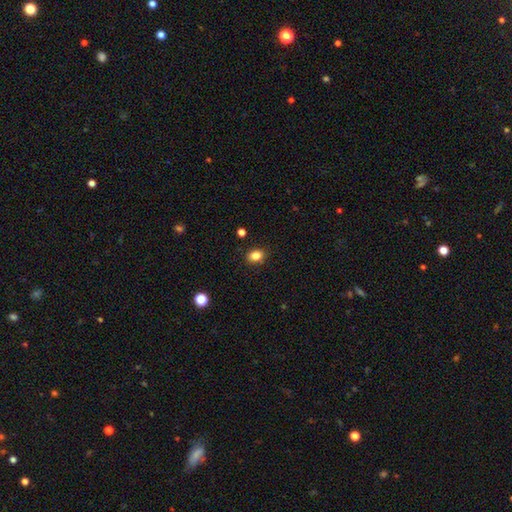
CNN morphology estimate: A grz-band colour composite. It shows a smooth galaxy with no disk features (84%) that is in between round and cigar-shaped (63%). Merging: none (88%).